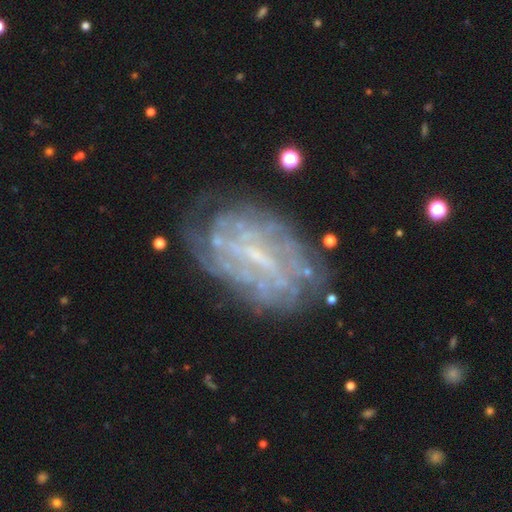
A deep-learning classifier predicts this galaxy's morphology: A featured or disk galaxy (77%) with a weak bar (48%), tight (56%) spiral arms (71%) and a small central bulge (46%).

Vote fractions:
- Smooth or featured? featured or disk: 77% / smooth: 14% / star or artifact: 10%
- Edge-on disk? no: 96% / yes: 4%
- Bar? weak: 48% / no: 27% / strong: 25%
- Spiral arms? yes: 71% / no: 29%
- Spiral winding? tight: 56% / medium: 29% / loose: 14%
- Spiral arm count? can't tell: 63% / 2: 10% / 4: 8% / 3: 8% / more than 4: 6% / 1: 5%
- Bulge size? small: 46% / none: 37% / moderate: 14% / large: 2% / dominant: 1%
- Merging? none: 64% / minor disturbance: 20% / major disturbance: 13% / merger: 3%